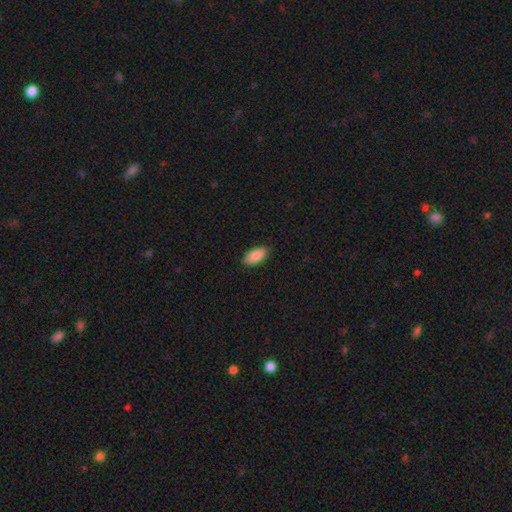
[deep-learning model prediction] smooth_or_featured: smooth (p=0.88) [alt: star or artifact p=0.06]
how_rounded: in between (p=0.94) [alt: cigar-shaped p=0.04]
merging: none (p=0.88) [alt: minor disturbance p=0.09]